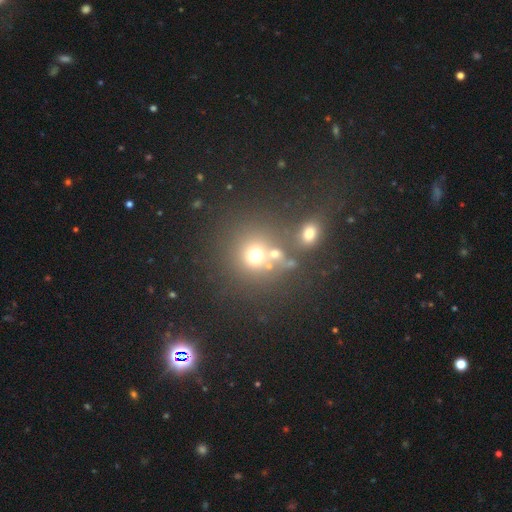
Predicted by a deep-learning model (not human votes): smooth_or_featured: smooth (p=0.66) [alt: star or artifact p=0.21]
how_rounded: round (p=0.85) [alt: in between p=0.14]
merging: none (p=0.56) [alt: merger p=0.28]